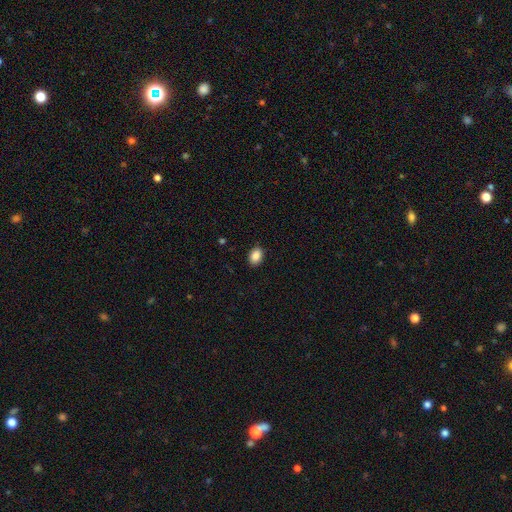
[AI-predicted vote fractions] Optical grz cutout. It shows a smooth galaxy with no disk features (88%) that is in between round and cigar-shaped (79%). Merging: none (89%).